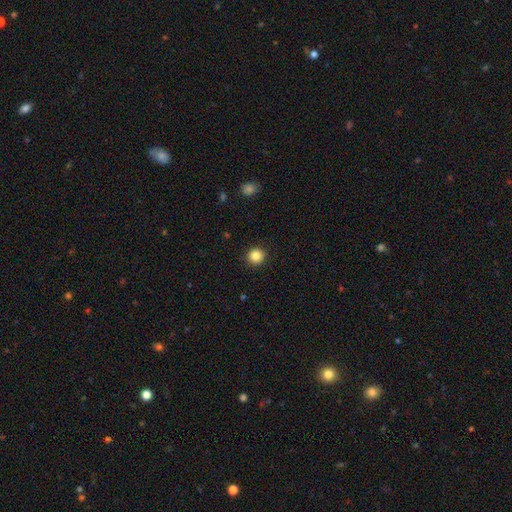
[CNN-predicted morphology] Smooth or featured?
  - smooth: 85% *
  - star or artifact: 11%
  - featured or disk: 4%
How rounded?
  - round: 92% *
  - in between: 7%
  - cigar-shaped: 1%
Merging?
  - none: 92% *
  - minor disturbance: 5%
  - major disturbance: 2%
  - merger: 1%